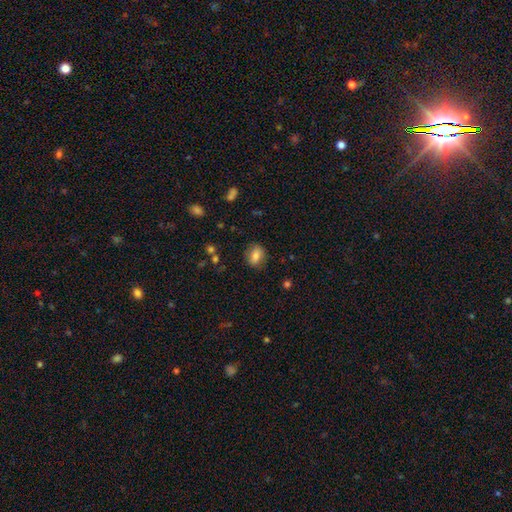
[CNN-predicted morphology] type=smooth (77%); roundness=in between (59%); merging=none (82%).